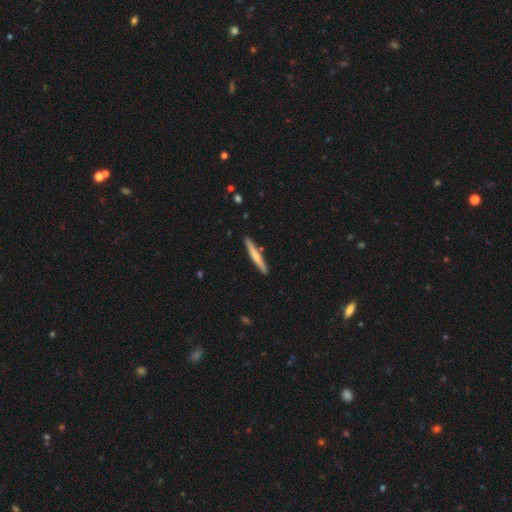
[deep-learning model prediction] This appears to be a smooth galaxy with no disk features (51%) that is cigar-shaped (95%). Merging: none (88%).